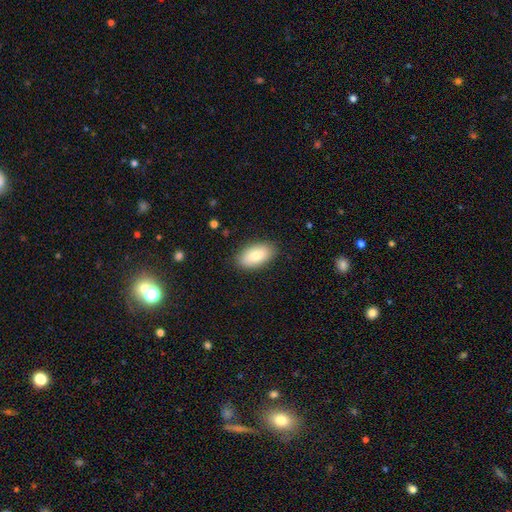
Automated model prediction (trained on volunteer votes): smooth-or-featured: smooth: 82% | featured or disk: 12% | star or artifact: 6%
  how-rounded: in between: 94% | round: 3% | cigar-shaped: 3%
  merging: none: 86% | minor disturbance: 10% | major disturbance: 2% | merger: 1%